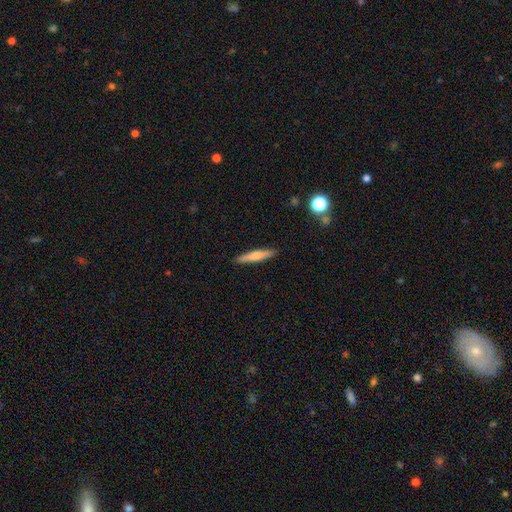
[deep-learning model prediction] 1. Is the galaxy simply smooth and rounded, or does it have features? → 61% smooth, 33% featured or disk, 6% star or artifact.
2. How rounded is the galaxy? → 91% cigar-shaped, 8% in between, 1% round.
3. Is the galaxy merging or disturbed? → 91% none, 7% minor disturbance, 1% major disturbance, 1% merger.